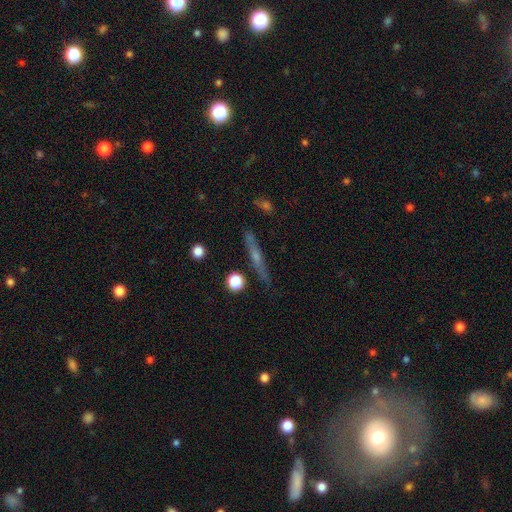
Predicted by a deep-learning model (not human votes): smooth-or-featured: featured or disk: 61% | smooth: 27% | star or artifact: 11%
  disk-edge-on: yes: 94% | no: 6%
    edge-on-bulge: rounded: 63% | none: 30% | boxy: 7%
  merging: none: 83% | minor disturbance: 11% | major disturbance: 3% | merger: 3%